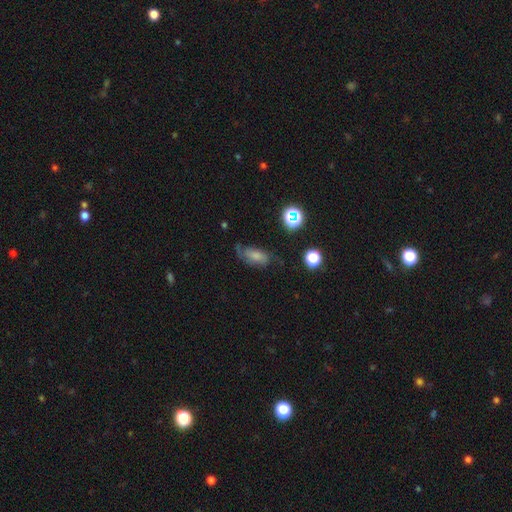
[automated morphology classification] Q: Smooth or featured?
A: smooth (49%); runner-up: featured or disk (36%)
Q: Merging?
A: none (53%); runner-up: minor disturbance (29%)